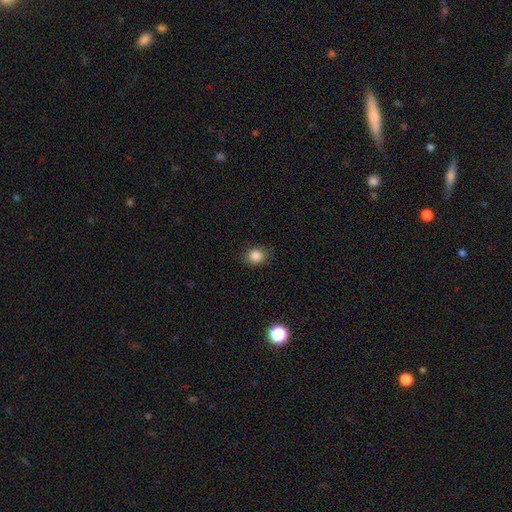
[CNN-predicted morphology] Q: Smooth or featured?
A: smooth (86%); runner-up: star or artifact (10%)
Q: How rounded?
A: round (66%); runner-up: in between (33%)
Q: Merging?
A: none (85%); runner-up: minor disturbance (12%)